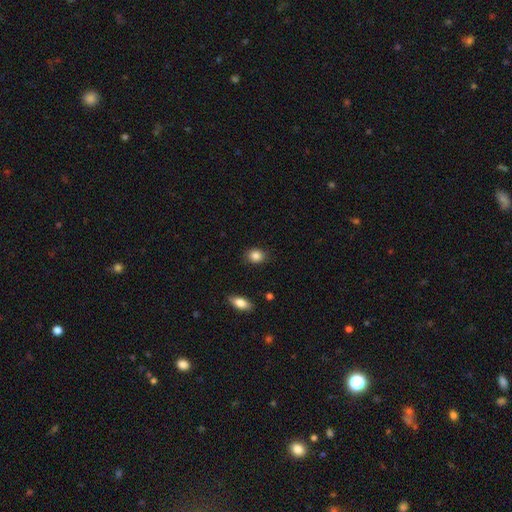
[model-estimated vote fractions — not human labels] This is clearly a smooth galaxy (86%). How rounded: possibly round (57%). Merging: clearly none (86%).